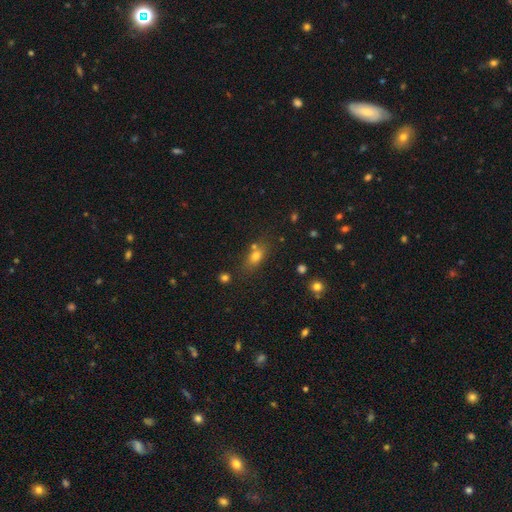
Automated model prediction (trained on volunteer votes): A smooth galaxy with no disk features (70%) that is in between round and cigar-shaped (66%). Merging: none (64%).